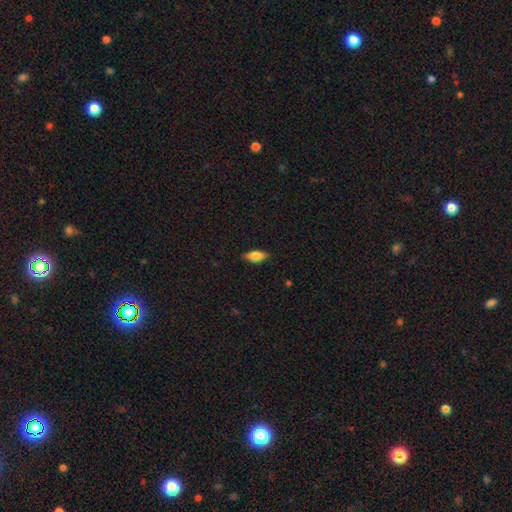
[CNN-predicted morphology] smooth-or-featured: smooth: 75% | featured or disk: 18% | star or artifact: 7%
  how-rounded: in between: 81% | cigar-shaped: 16% | round: 3%
  merging: none: 87% | minor disturbance: 10% | major disturbance: 2% | merger: 1%